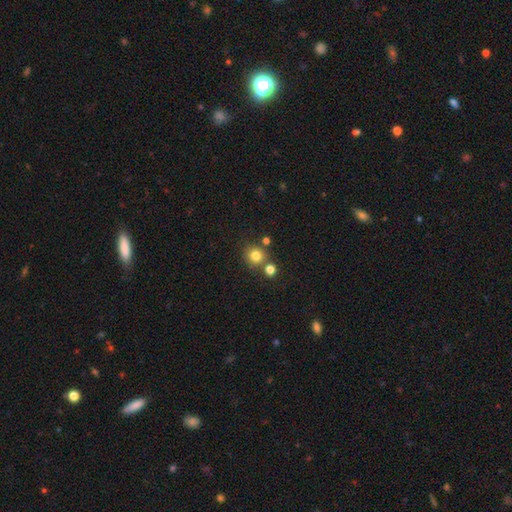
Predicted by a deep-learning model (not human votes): smooth 79%, star or artifact 14%, featured or disk 7%. Down the decision tree: how rounded — round (89%); merging — none (72%).